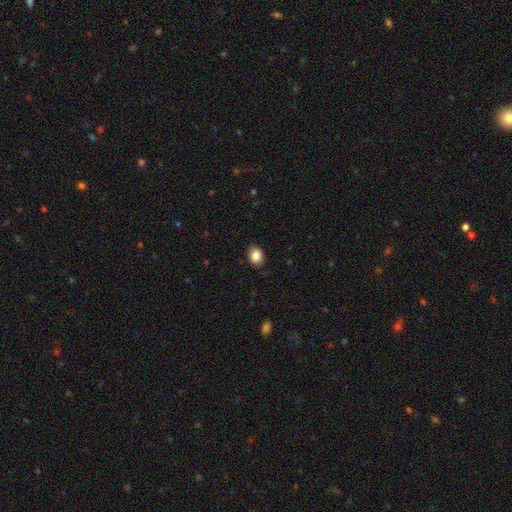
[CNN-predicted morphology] This is clearly a smooth galaxy (87%). How rounded: likely in between (64%). Merging: clearly none (84%).